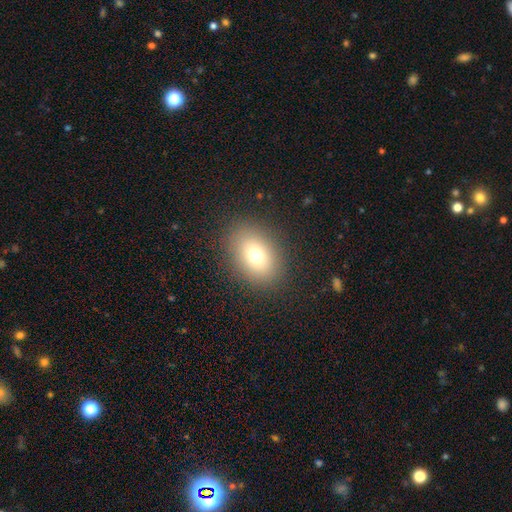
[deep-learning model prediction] smooth 74%, featured or disk 13%, star or artifact 13%. Down the decision tree: how rounded — in between (69%); merging — none (87%).